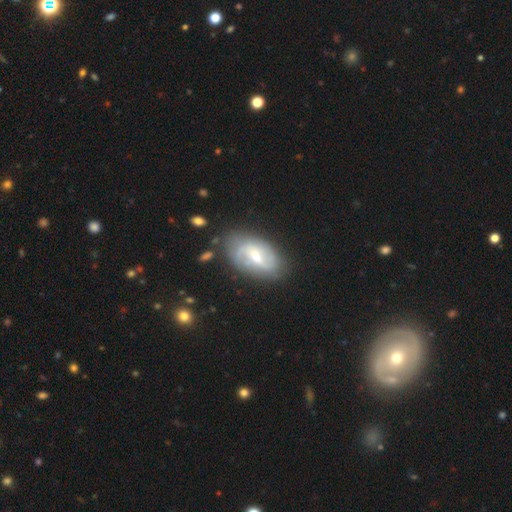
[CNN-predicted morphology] featured or disk 69%, smooth 24%, star or artifact 6%. Down the decision tree: edge-on disk — no (95%); bar — weak (57%); spiral arms — yes (86%); spiral arm count — 2 (64%); spiral winding — medium (40%); bulge size — moderate (48%); merging — none (69%).